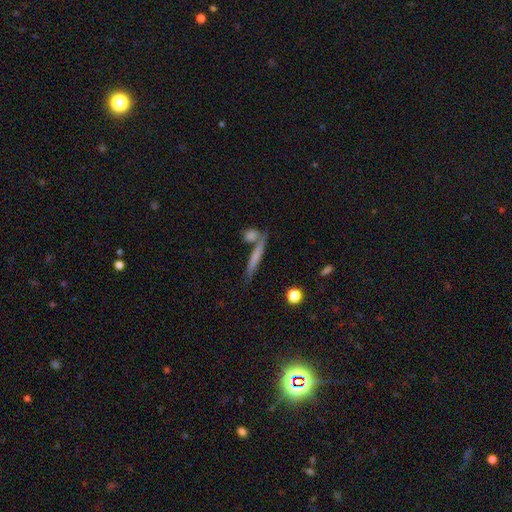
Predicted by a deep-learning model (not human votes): smooth-or-featured: smooth: 59% | featured or disk: 32% | star or artifact: 9%
  how-rounded: cigar-shaped: 87% | in between: 8% | round: 5%
  merging: none: 68% | merger: 18% | minor disturbance: 10% | major disturbance: 4%